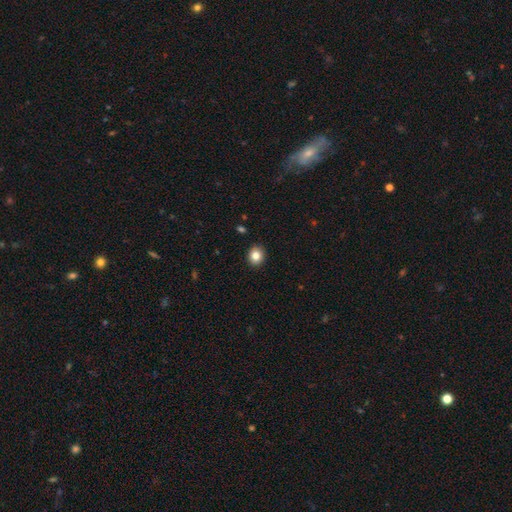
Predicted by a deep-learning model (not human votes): Morphology: type=smooth (84%); roundness=round (70%); merging=none (91%).